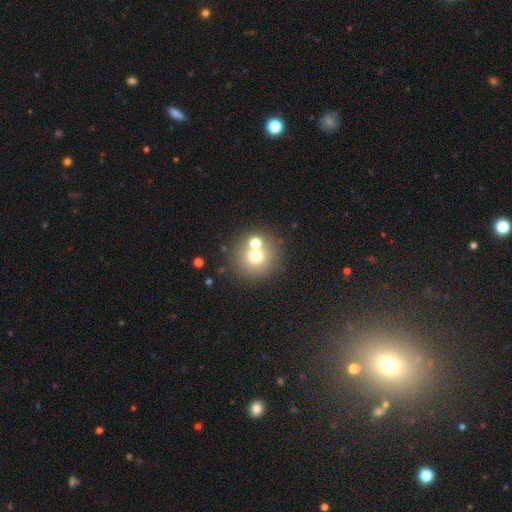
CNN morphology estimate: Overall: smooth (67%). How rounded: round (93%). Merging: none (67%).